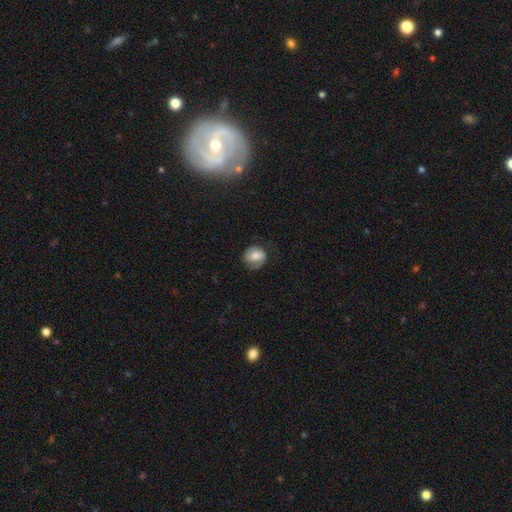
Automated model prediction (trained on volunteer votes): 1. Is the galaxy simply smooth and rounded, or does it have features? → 64% smooth, 28% featured or disk, 8% star or artifact.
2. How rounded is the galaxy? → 71% round, 28% in between, 1% cigar-shaped.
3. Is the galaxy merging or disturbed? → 62% none, 25% minor disturbance, 12% major disturbance, 1% merger.